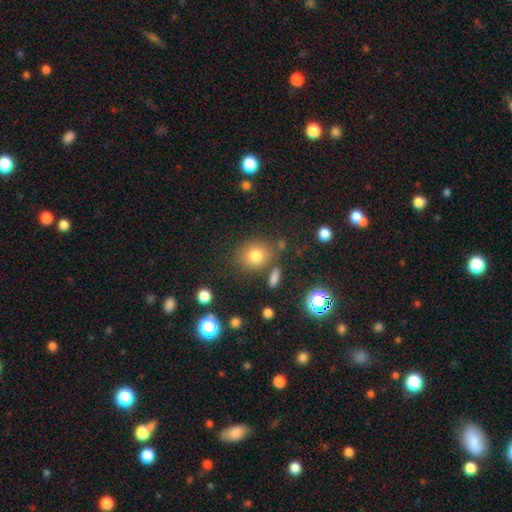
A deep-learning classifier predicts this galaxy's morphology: Overall: smooth (78%). How rounded: round (72%). Merging: none (76%).